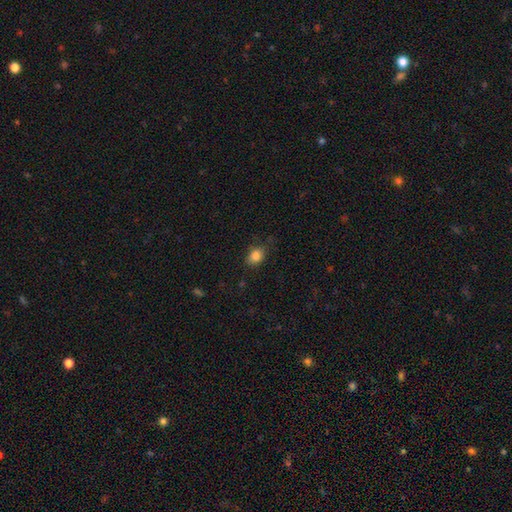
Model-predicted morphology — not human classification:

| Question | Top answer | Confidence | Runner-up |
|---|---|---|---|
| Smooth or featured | smooth | 84% | star or artifact (10%) |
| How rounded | in between | 62% | round (37%) |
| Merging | none | 78% | minor disturbance (17%) |